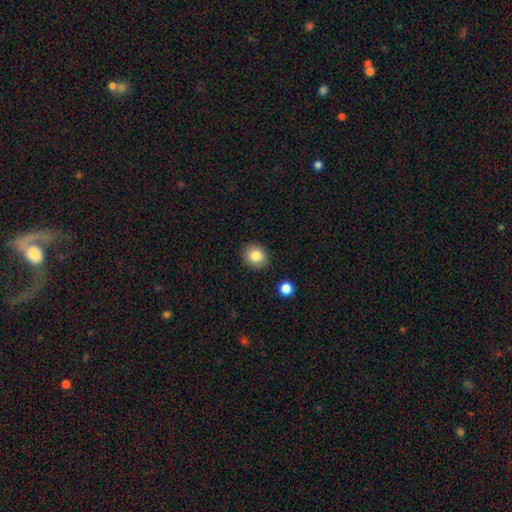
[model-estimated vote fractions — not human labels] A smooth galaxy with no disk features (84%) that is round (79%).

Vote fractions:
- Smooth or featured? smooth: 84% / star or artifact: 10% / featured or disk: 6%
- How rounded? round: 79% / in between: 20% / cigar-shaped: 1%
- Merging? none: 89% / minor disturbance: 7% / major disturbance: 2% / merger: 2%